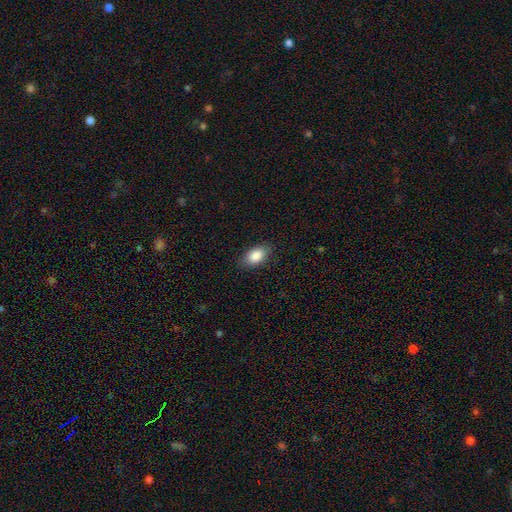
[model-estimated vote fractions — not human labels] smooth 87%, star or artifact 7%, featured or disk 6%. Down the decision tree: how rounded — in between (91%); merging — none (85%).